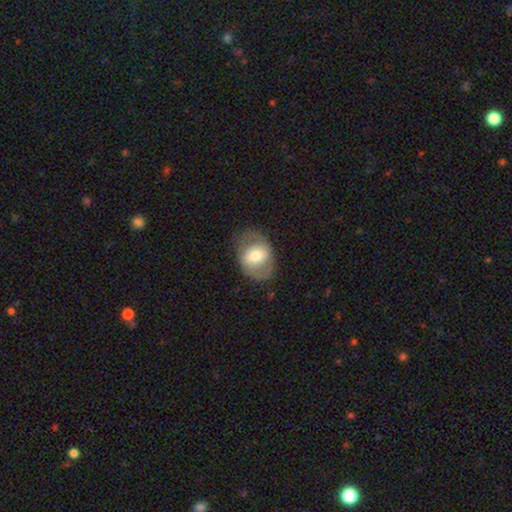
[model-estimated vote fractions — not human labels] Morphology: type=featured or disk (49%); merging=none (71%).